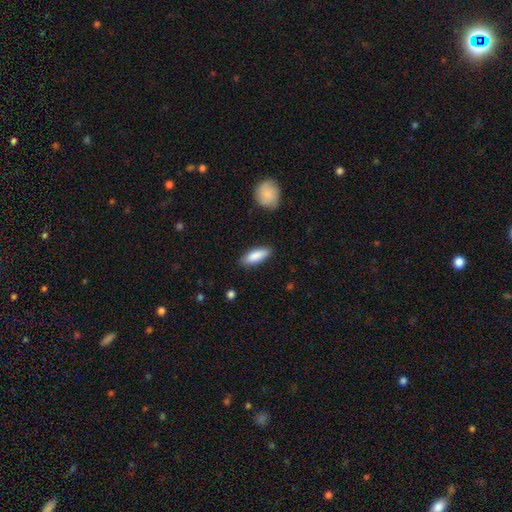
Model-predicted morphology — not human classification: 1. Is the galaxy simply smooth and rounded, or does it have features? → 87% smooth, 7% featured or disk, 6% star or artifact.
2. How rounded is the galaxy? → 65% in between, 33% cigar-shaped, 2% round.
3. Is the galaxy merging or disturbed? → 86% none, 10% minor disturbance, 2% major disturbance, 2% merger.